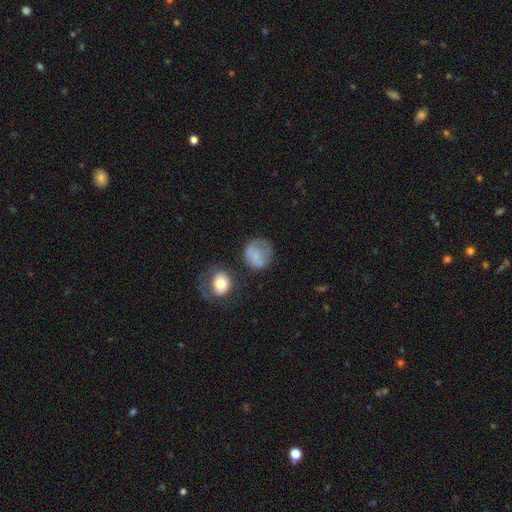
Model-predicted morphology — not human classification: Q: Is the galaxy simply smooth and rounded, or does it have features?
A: smooth — 73%.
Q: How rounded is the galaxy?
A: round — 82%.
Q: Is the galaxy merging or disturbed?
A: none — 56%.